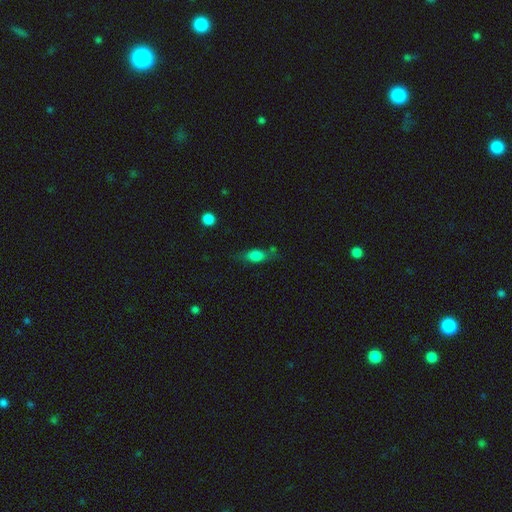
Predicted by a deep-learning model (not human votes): Morphology: type=smooth (74%); roundness=in between (75%); merging=none (60%).